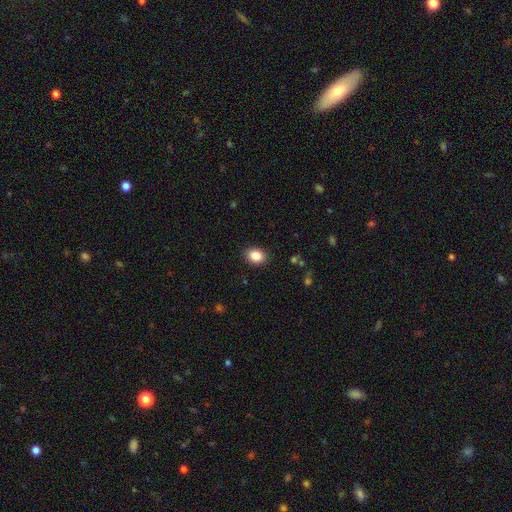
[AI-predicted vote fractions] smooth_or_featured: smooth (p=0.87) [alt: star or artifact p=0.09]
how_rounded: in between (p=0.57) [alt: round p=0.42]
merging: none (p=0.89) [alt: minor disturbance p=0.08]